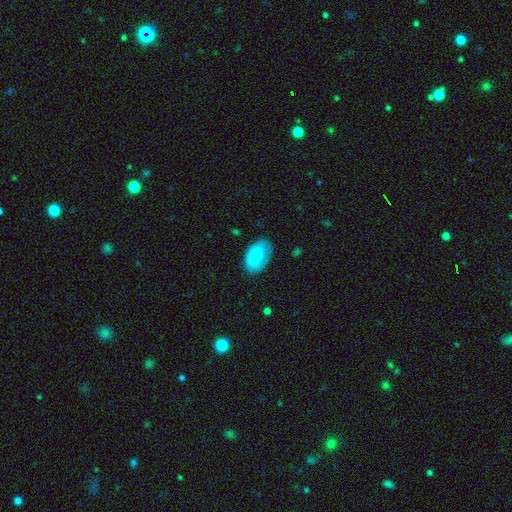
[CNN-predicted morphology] This is clearly a smooth galaxy (83%). How rounded: clearly in between (92%). Merging: likely none (76%).